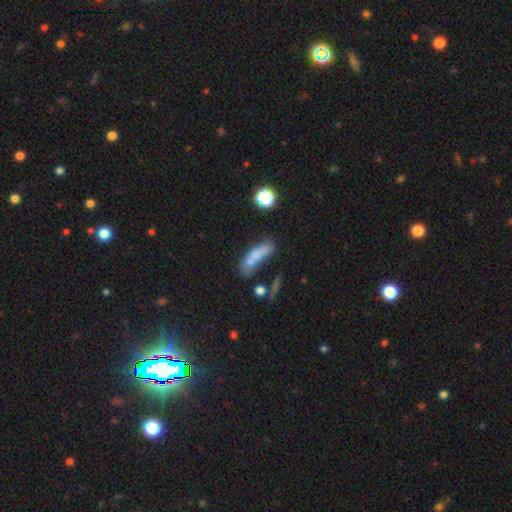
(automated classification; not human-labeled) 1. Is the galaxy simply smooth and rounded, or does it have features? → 66% smooth, 20% featured or disk, 14% star or artifact.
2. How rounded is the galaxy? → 49% cigar-shaped, 46% in between, 5% round.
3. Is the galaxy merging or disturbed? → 35% none, 24% merger, 22% minor disturbance, 19% major disturbance.